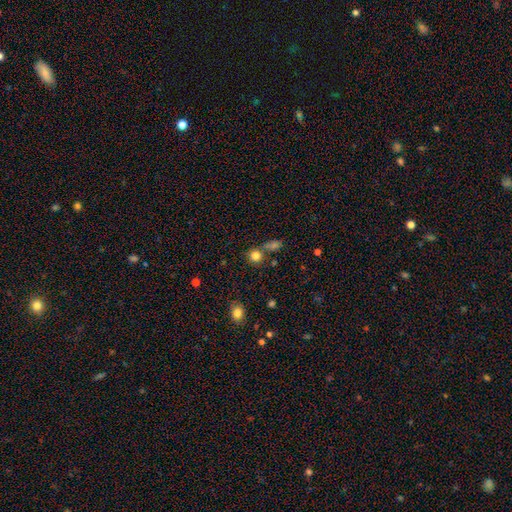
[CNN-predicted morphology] This appears to be a smooth galaxy with no disk features (80%) that is round (90%). Merging: none (67%).